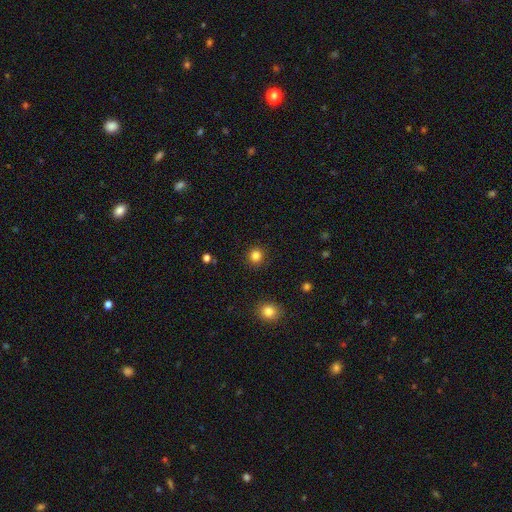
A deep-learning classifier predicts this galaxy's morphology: smooth 84%, star or artifact 12%, featured or disk 4%. Down the decision tree: how rounded — round (93%); merging — none (92%).